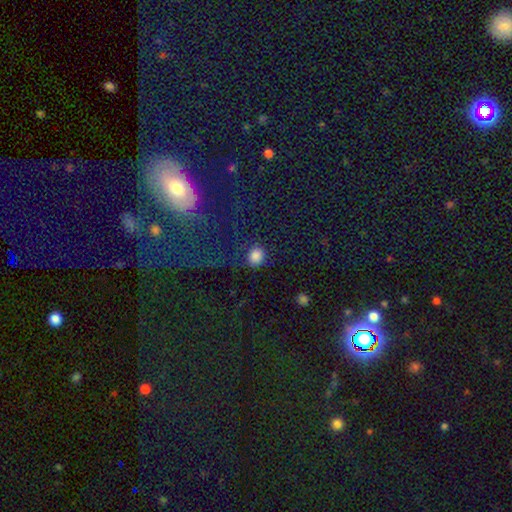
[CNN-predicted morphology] smooth 81%, star or artifact 14%, featured or disk 5%. Down the decision tree: how rounded — round (78%); merging — none (79%).